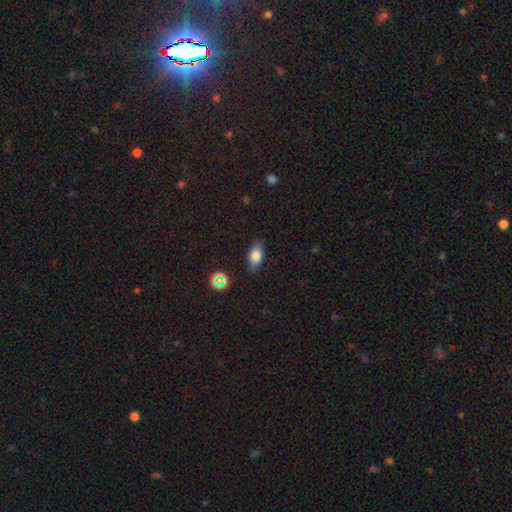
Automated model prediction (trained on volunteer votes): A smooth galaxy with no disk features (76%) that is in between round and cigar-shaped (84%). Merging: none (84%).